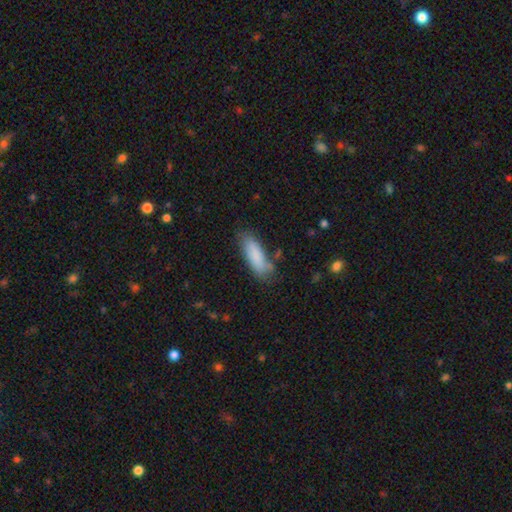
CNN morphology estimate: smooth-or-featured: smooth: 85% | featured or disk: 9% | star or artifact: 6%
  how-rounded: in between: 58% | cigar-shaped: 40% | round: 2%
  merging: none: 72% | minor disturbance: 19% | major disturbance: 5% | merger: 4%